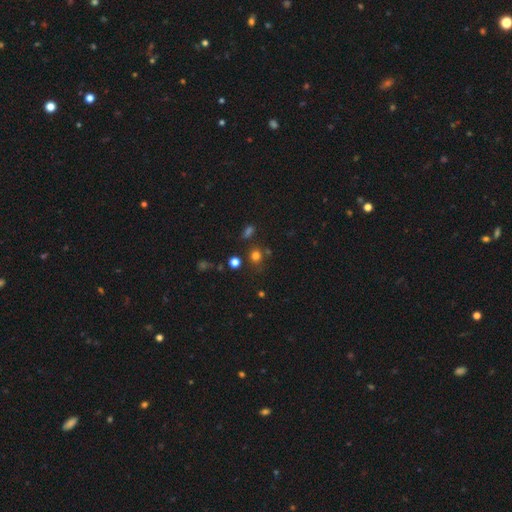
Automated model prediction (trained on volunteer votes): A smooth galaxy with no disk features (71%) that is round (83%).

Vote fractions:
- Smooth or featured? smooth: 71% / star or artifact: 22% / featured or disk: 6%
- How rounded? round: 83% / in between: 16% / cigar-shaped: 1%
- Merging? none: 76% / minor disturbance: 12% / merger: 8% / major disturbance: 4%